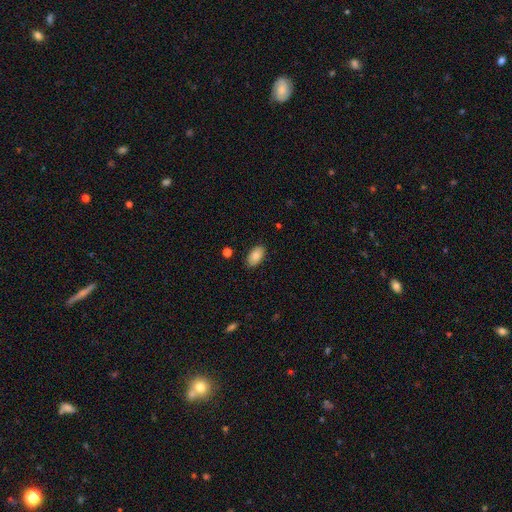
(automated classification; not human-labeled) Q: Smooth or featured?
A: smooth (84%); runner-up: featured or disk (9%)
Q: How rounded?
A: in between (94%); runner-up: round (4%)
Q: Merging?
A: none (87%); runner-up: minor disturbance (10%)